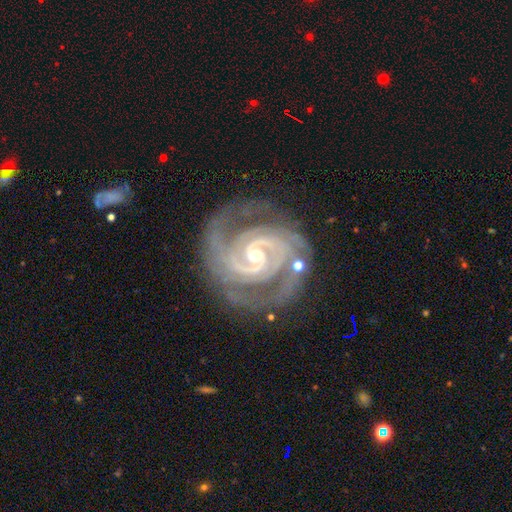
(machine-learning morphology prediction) Q: Smooth or featured?
A: featured or disk (93%); runner-up: star or artifact (5%)
Q: Edge-on disk?
A: no (98%); runner-up: yes (2%)
Q: Bar?
A: weak (44%); runner-up: no (32%)
Q: Spiral arms?
A: yes (99%); runner-up: no (1%)
Q: Spiral winding?
A: tight (71%); runner-up: medium (27%)
Q: Spiral arm count?
A: 2 (68%); runner-up: 3 (16%)
Q: Bulge size?
A: small (50%); runner-up: moderate (46%)
Q: Merging?
A: none (75%); runner-up: minor disturbance (16%)